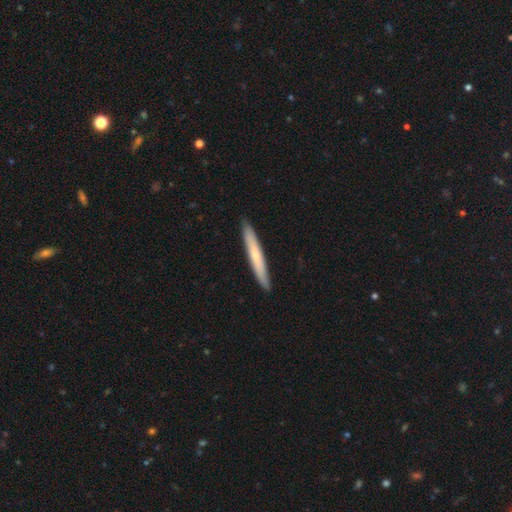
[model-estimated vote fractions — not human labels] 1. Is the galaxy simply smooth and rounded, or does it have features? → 58% smooth, 37% featured or disk, 5% star or artifact.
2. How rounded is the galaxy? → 96% cigar-shaped, 3% in between, 1% round.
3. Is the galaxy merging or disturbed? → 91% none, 6% minor disturbance, 1% major disturbance, 1% merger.